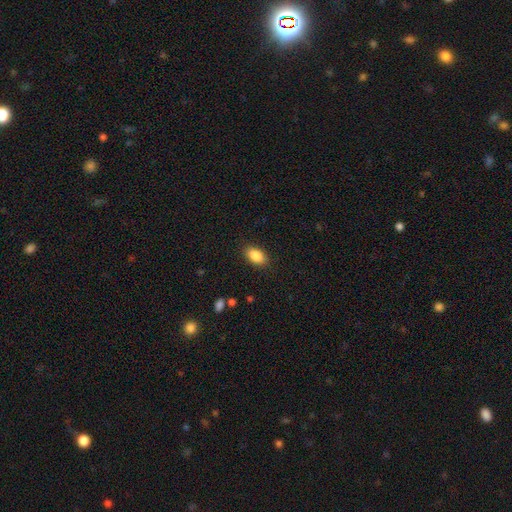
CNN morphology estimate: A smooth galaxy with no disk features (88%) that is in between round and cigar-shaped (91%). Merging: none (87%).